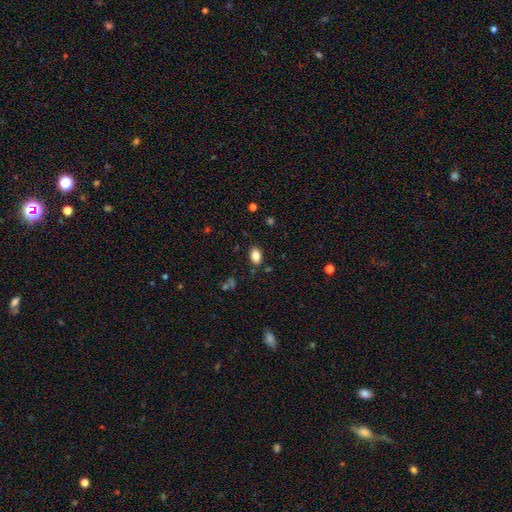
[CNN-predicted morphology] This is clearly a smooth galaxy (84%). How rounded: clearly in between (87%). Merging: clearly none (85%).